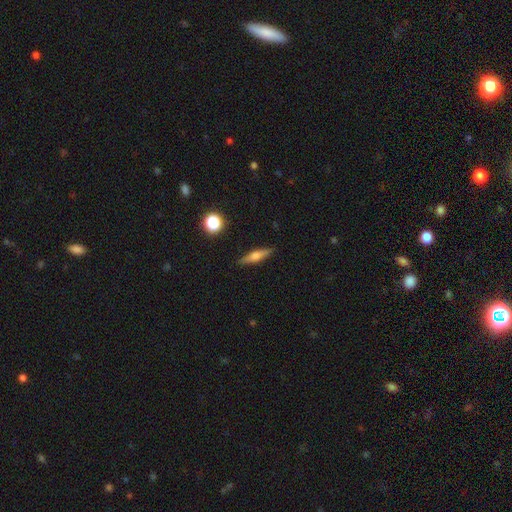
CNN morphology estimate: Smooth or featured?
  - featured or disk: 47% *
  - smooth: 46%
  - star or artifact: 8%
Merging?
  - none: 89% *
  - minor disturbance: 8%
  - major disturbance: 2%
  - merger: 1%